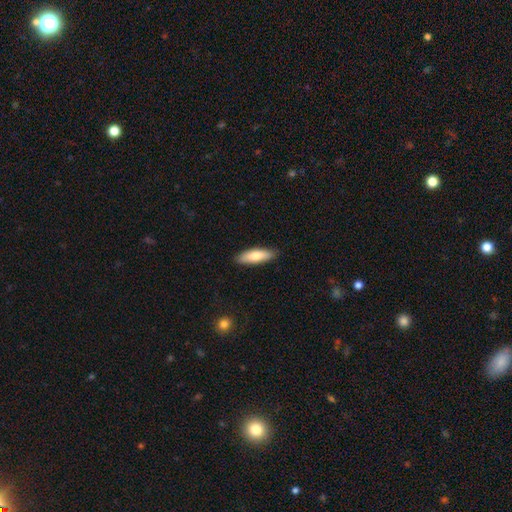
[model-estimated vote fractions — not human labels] Smooth or featured? Predicted: smooth (p=0.77). How rounded? Predicted: in between (p=0.49, tied with cigar-shaped). Merging? Predicted: none (p=0.87).